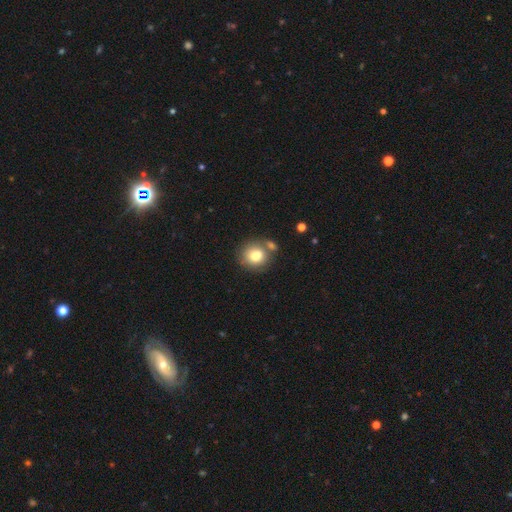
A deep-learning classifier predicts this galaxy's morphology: smooth-or-featured: smooth: 79% | featured or disk: 12% | star or artifact: 9%
  how-rounded: round: 81% | in between: 18% | cigar-shaped: 1%
  merging: none: 58% | merger: 24% | minor disturbance: 14% | major disturbance: 5%